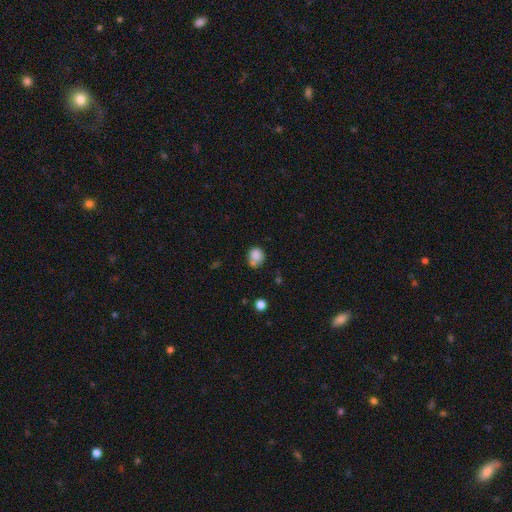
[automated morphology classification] Smooth or featured?
  - smooth: 81% *
  - star or artifact: 10%
  - featured or disk: 9%
How rounded?
  - round: 69% *
  - in between: 30%
  - cigar-shaped: 1%
Merging?
  - none: 48% *
  - minor disturbance: 24%
  - merger: 19%
  - major disturbance: 8%